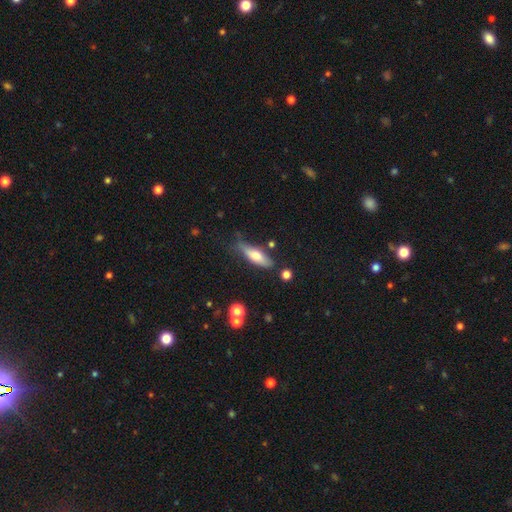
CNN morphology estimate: A smooth galaxy with no disk features (57%) that is cigar-shaped (54%). Merging: none (68%).